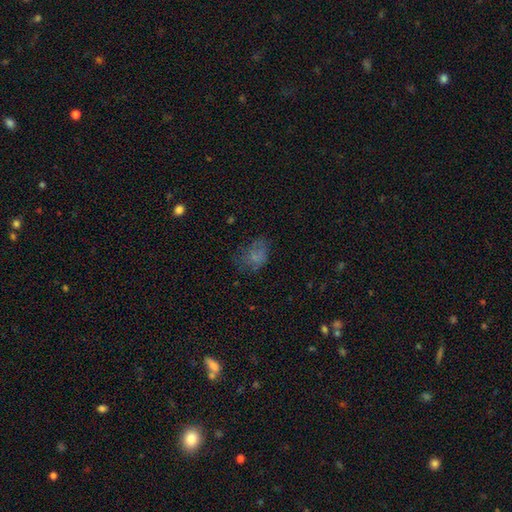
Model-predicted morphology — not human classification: Overall: smooth (57%; featured or disk 25%). How rounded: in between (71%). Merging: none (48%; major disturbance 26%).